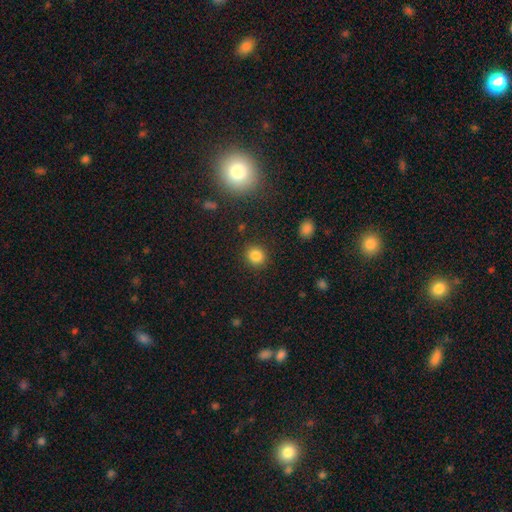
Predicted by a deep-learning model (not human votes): The model was most divided on "how rounded": round: 83%, in between: 16%, cigar-shaped: 1%. More confident: merging — none (89%); smooth or featured — smooth (83%).